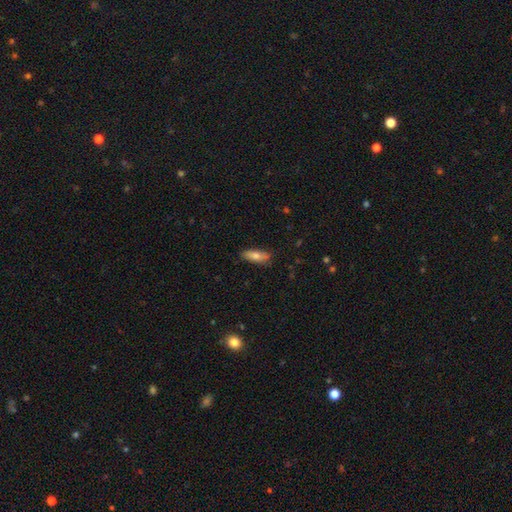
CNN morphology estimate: The model was most divided on "how rounded": in between: 55%, cigar-shaped: 42%, round: 2%. More confident: merging — none (83%); smooth or featured — smooth (71%).